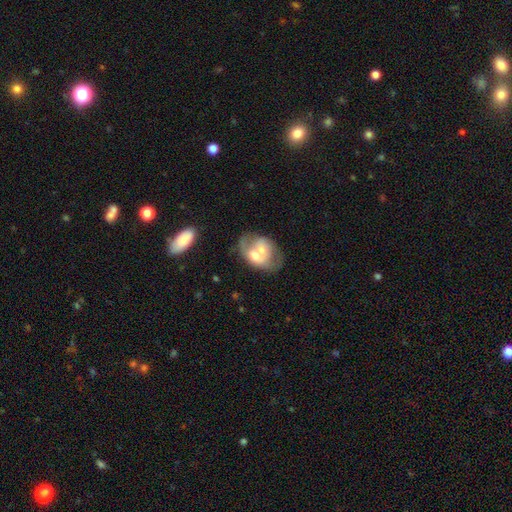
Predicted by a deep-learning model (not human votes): Morphology: type=smooth (50%); merging=merger (65%).